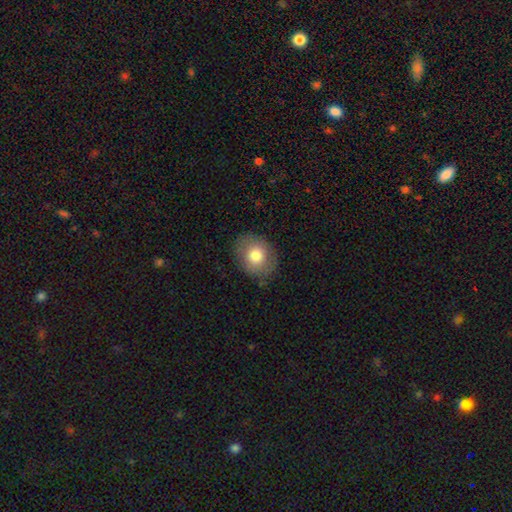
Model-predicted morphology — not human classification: This is likely a smooth galaxy (78%). How rounded: possibly round (53%). Merging: clearly none (82%).